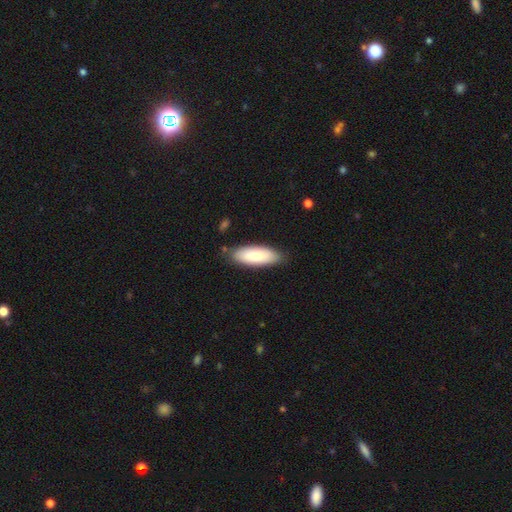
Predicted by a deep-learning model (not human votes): Morphology: type=smooth (79%); roundness=in between (72%); merging=none (80%).